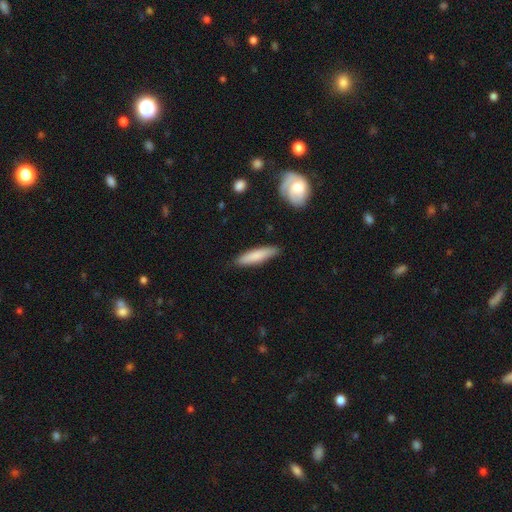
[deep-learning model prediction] This appears to be a smooth galaxy with no disk features (78%) that is cigar-shaped (81%). Merging: none (86%).